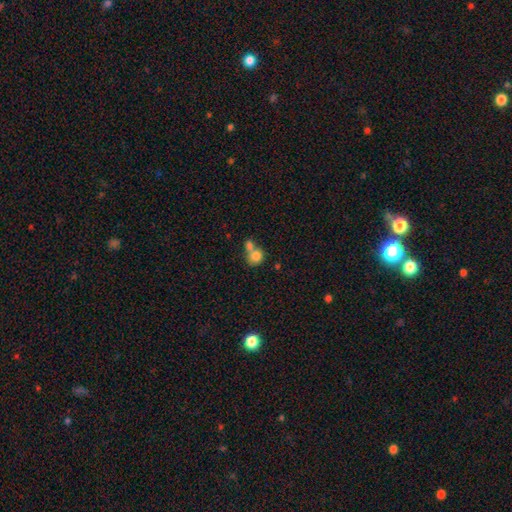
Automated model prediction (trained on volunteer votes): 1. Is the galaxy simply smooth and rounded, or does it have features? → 80% smooth, 11% featured or disk, 9% star or artifact.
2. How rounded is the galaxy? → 77% round, 22% in between, 1% cigar-shaped.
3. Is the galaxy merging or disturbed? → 55% merger, 35% none, 7% minor disturbance, 3% major disturbance.